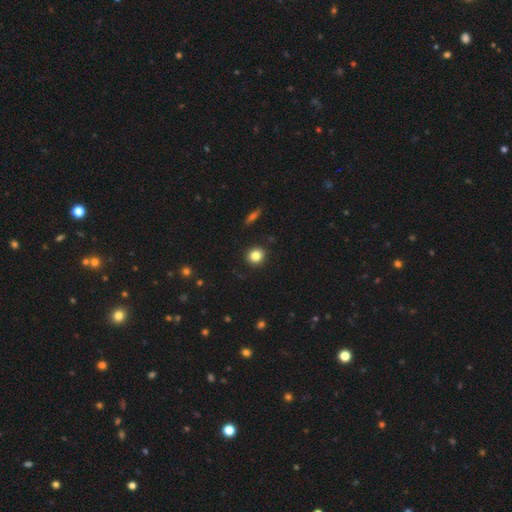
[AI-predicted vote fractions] This is clearly a smooth galaxy (83%). How rounded: clearly round (88%). Merging: clearly none (92%).